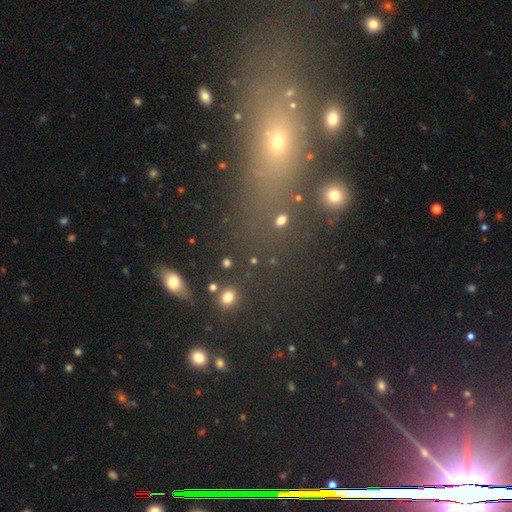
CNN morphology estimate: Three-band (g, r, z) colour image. It shows a star or artifact, not a galaxy (46%).